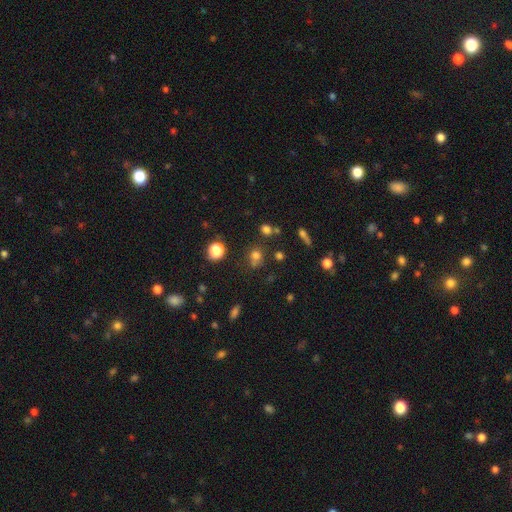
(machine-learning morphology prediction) type=smooth (69%); roundness=round (80%); merging=none (62%).